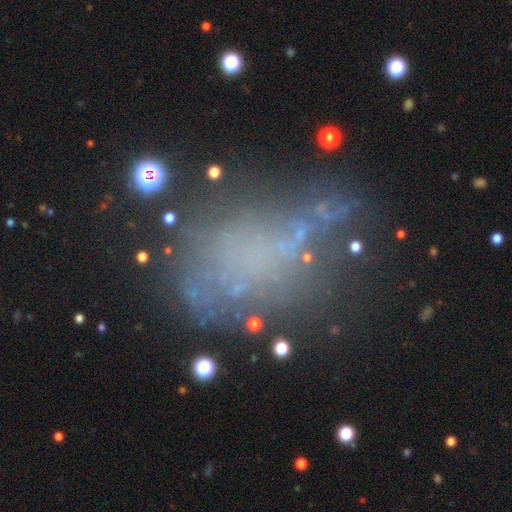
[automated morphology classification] Smooth or featured? smooth (36%)
Merging? none (46%)